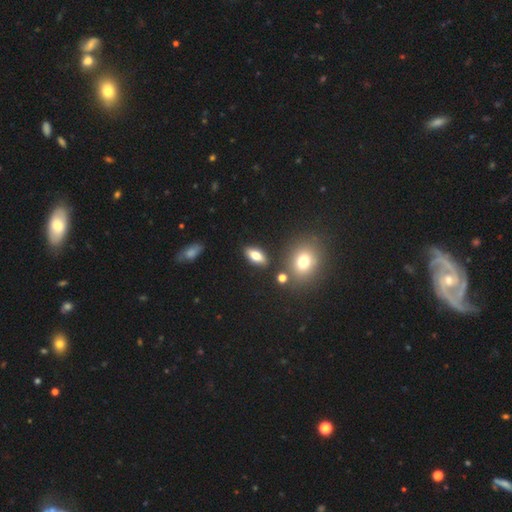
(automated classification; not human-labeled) Q: Smooth or featured?
A: smooth (70%); runner-up: featured or disk (21%)
Q: How rounded?
A: in between (80%); runner-up: cigar-shaped (15%)
Q: Merging?
A: none (86%); runner-up: minor disturbance (9%)